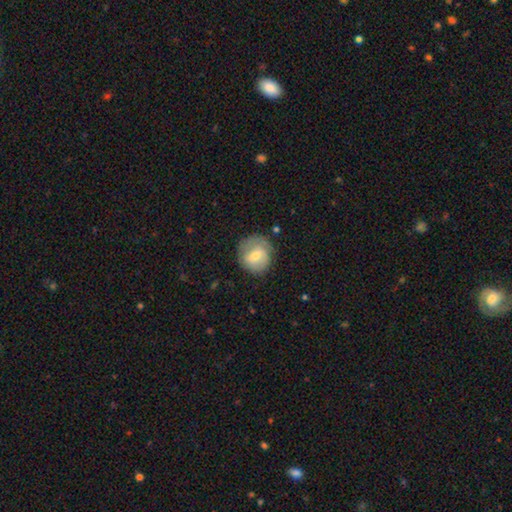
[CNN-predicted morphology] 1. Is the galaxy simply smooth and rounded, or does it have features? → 57% smooth, 36% featured or disk, 7% star or artifact.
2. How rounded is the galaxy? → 81% round, 18% in between, 1% cigar-shaped.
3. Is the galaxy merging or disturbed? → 67% none, 22% minor disturbance, 9% major disturbance, 2% merger.